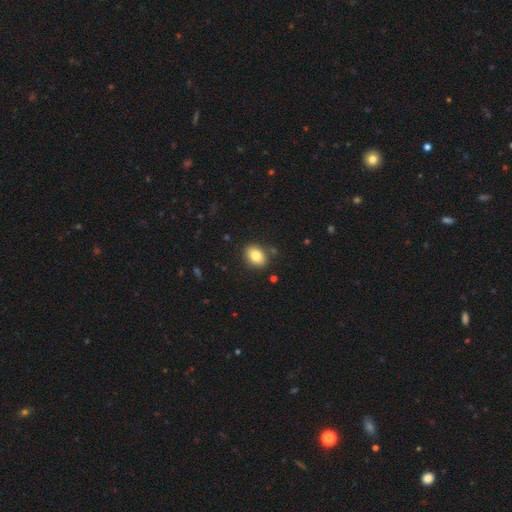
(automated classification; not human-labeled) Smooth or featured: smooth — 82% (featured or disk — 10%)
How rounded: in between — 73% (round — 26%)
Merging: none — 86% (minor disturbance — 9%)